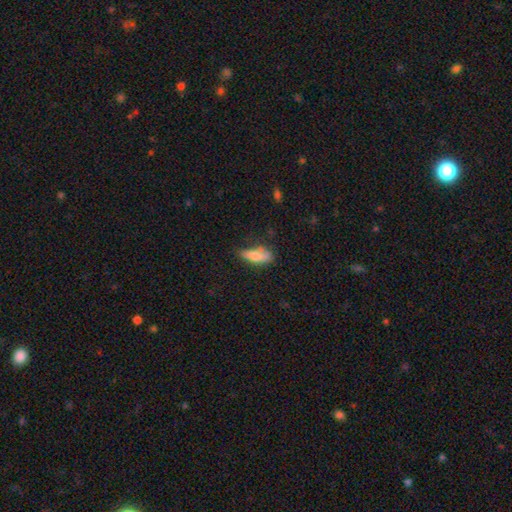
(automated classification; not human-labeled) The model was most divided on "merging": none: 46%, minor disturbance: 33%, major disturbance: 13%, merger: 8%. More confident: smooth or featured — smooth (75%); how rounded — in between (68%).